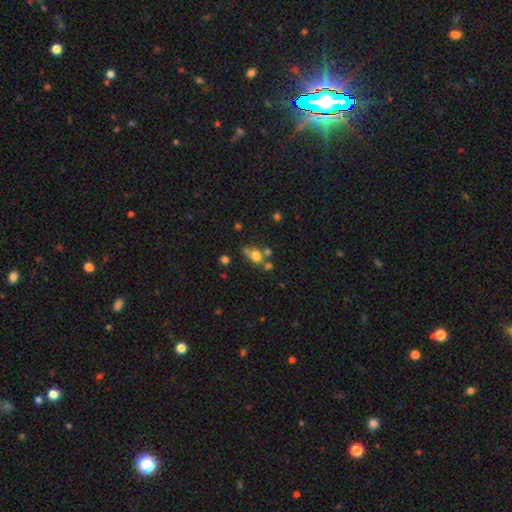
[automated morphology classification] smooth-or-featured: smooth: 70% | featured or disk: 15% | star or artifact: 14%
  how-rounded: round: 55% | in between: 42% | cigar-shaped: 3%
  merging: none: 46% | merger: 31% | minor disturbance: 15% | major disturbance: 8%